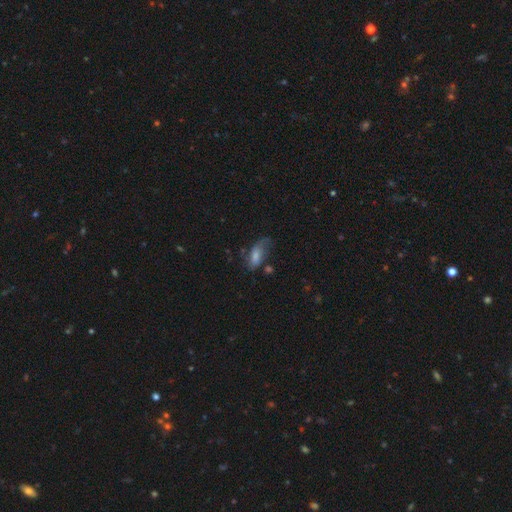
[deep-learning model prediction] The model was most divided on "smooth or featured": smooth: 44%, featured or disk: 42%, star or artifact: 14%. Remaining: merging — none (46%).